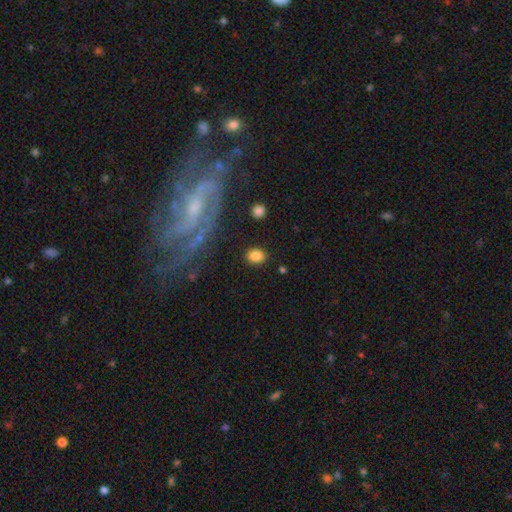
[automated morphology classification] type=smooth (84%); roundness=in between (65%); merging=none (85%).